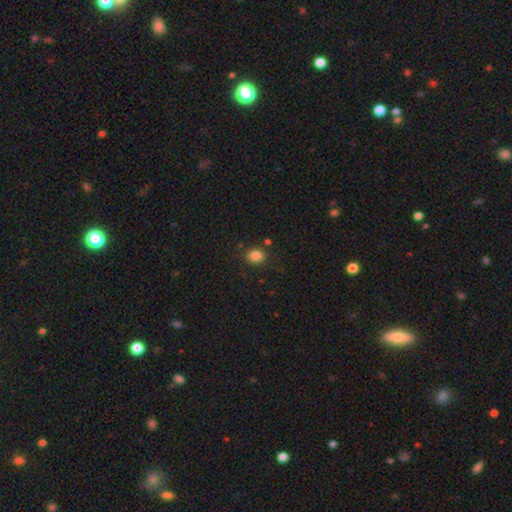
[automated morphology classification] Smooth or featured?
  - smooth: 84% *
  - star or artifact: 11%
  - featured or disk: 5%
How rounded?
  - in between: 50% *
  - round: 49%
  - cigar-shaped: 1%
Merging?
  - none: 84% *
  - minor disturbance: 10%
  - merger: 3%
  - major disturbance: 3%